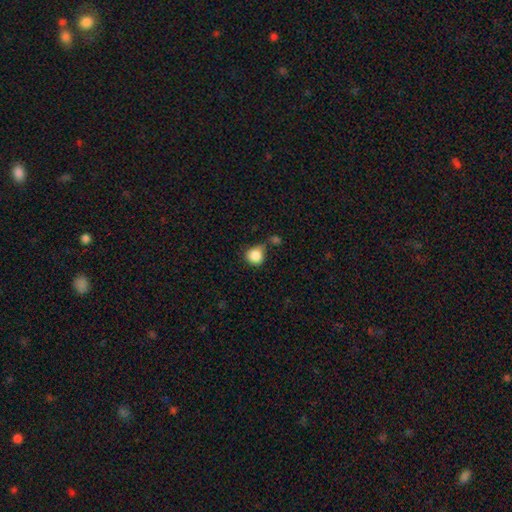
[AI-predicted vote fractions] Smooth or featured? smooth (87%)
How rounded? round (85%)
Merging? none (51%)